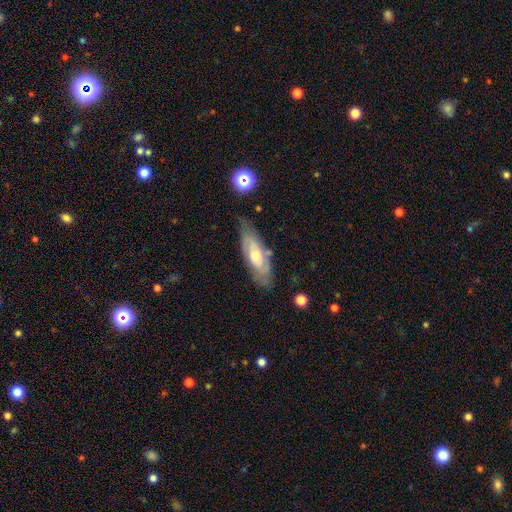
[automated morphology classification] This is possibly a featured or disk galaxy (56%). It is likely not viewed edge-on (73%). Merging: likely none (71%).